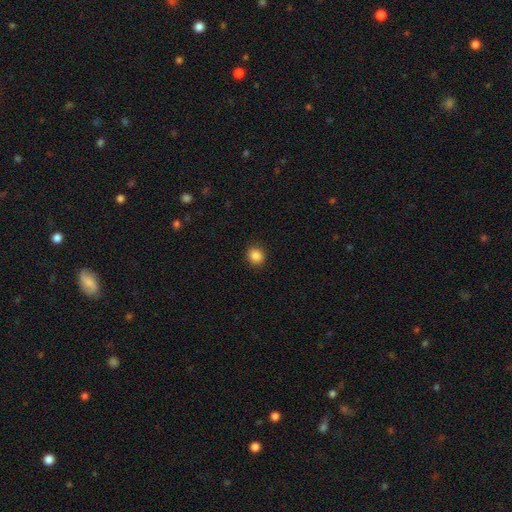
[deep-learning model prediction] A smooth galaxy with no disk features (87%) that is round (84%). Merging: none (91%).